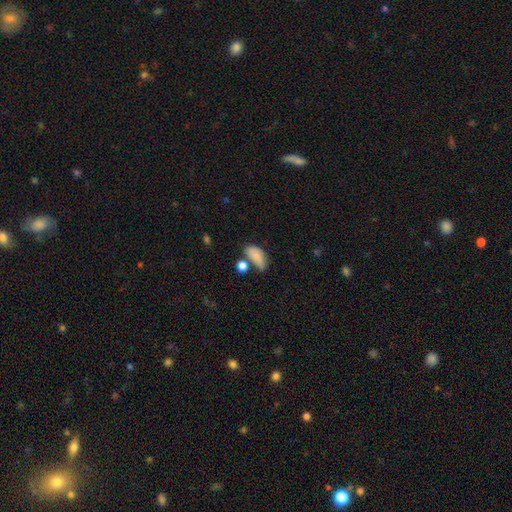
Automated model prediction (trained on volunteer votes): Smooth or featured?
  - smooth: 76% *
  - featured or disk: 15%
  - star or artifact: 9%
How rounded?
  - in between: 90% *
  - round: 7%
  - cigar-shaped: 4%
Merging?
  - none: 41% *
  - minor disturbance: 26%
  - merger: 22%
  - major disturbance: 11%